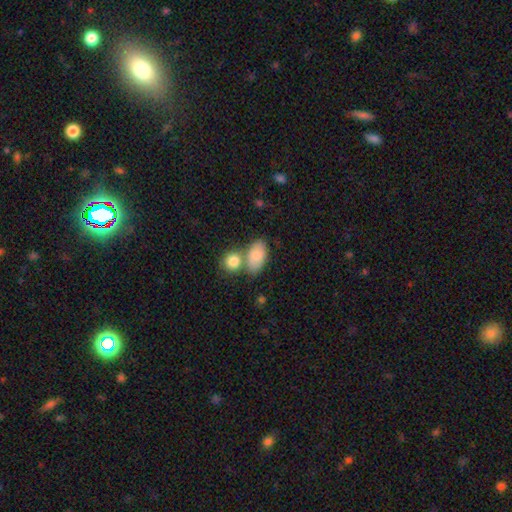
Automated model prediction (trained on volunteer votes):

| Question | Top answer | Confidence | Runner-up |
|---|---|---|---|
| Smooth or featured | smooth | 82% | featured or disk (12%) |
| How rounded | in between | 90% | round (8%) |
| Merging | none | 46% | merger (38%) |